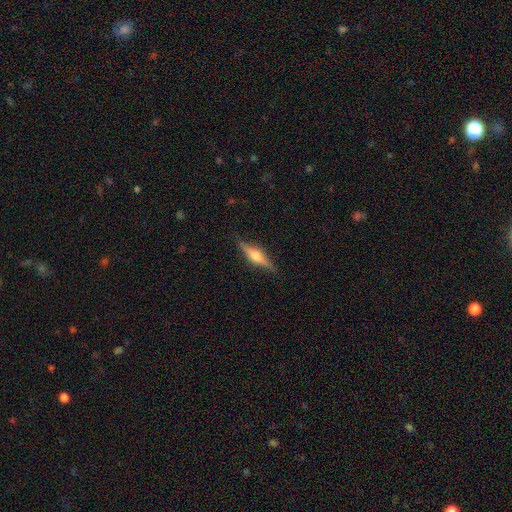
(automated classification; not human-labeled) Morphology: type=featured or disk (73%); edge-on=yes (97%); edge-on bulge=rounded (92%); merging=none (87%).